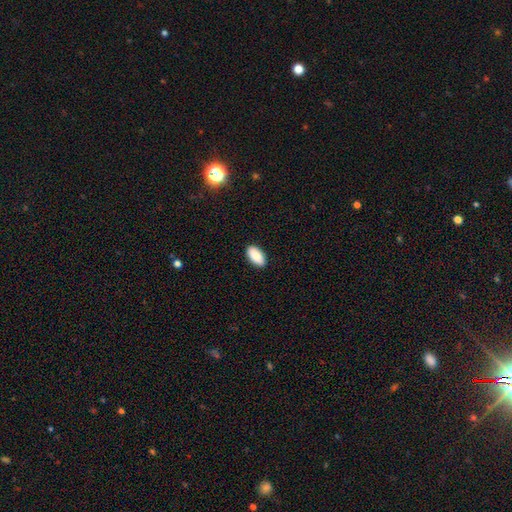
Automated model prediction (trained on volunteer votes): Smooth or featured: smooth — 88% (star or artifact — 7%)
How rounded: in between — 95% (cigar-shaped — 3%)
Merging: none — 90% (minor disturbance — 7%)